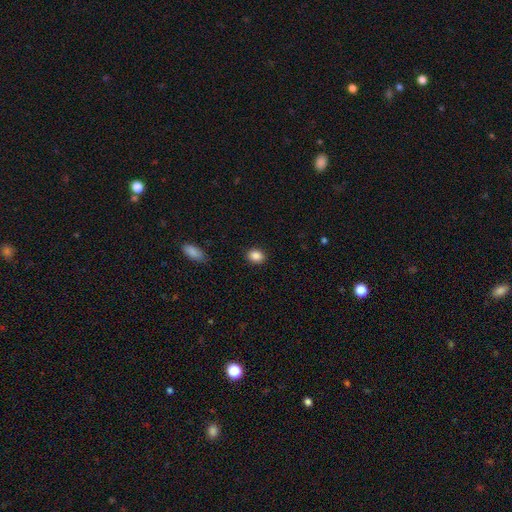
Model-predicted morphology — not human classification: Overall: smooth (88%). How rounded: in between (51%; round 47%). Merging: none (89%).